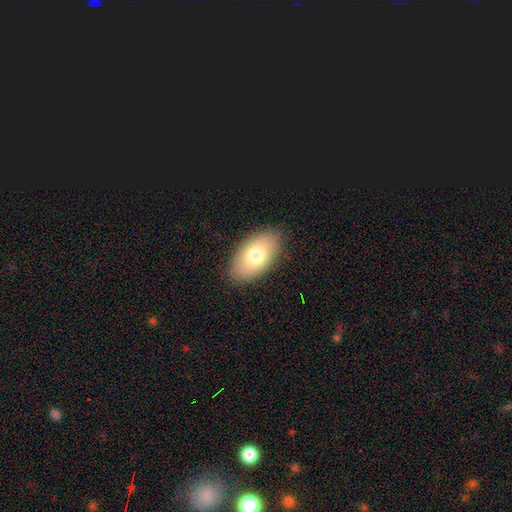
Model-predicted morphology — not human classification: Overall: smooth (76%). How rounded: in between (94%). Merging: none (88%).